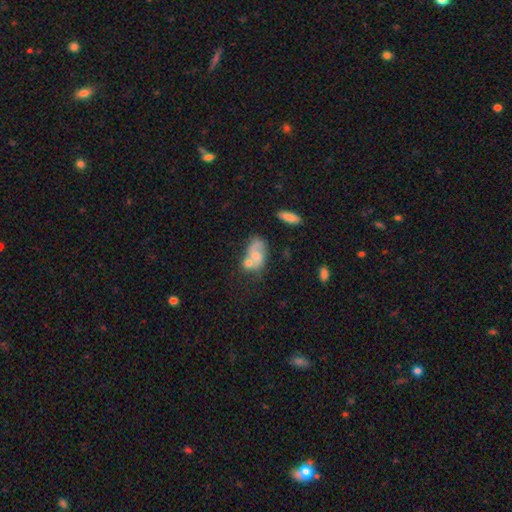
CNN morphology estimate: This is possibly a featured or disk galaxy (50%). It is clearly not viewed edge-on (96%). Merging: possibly merger (46%).